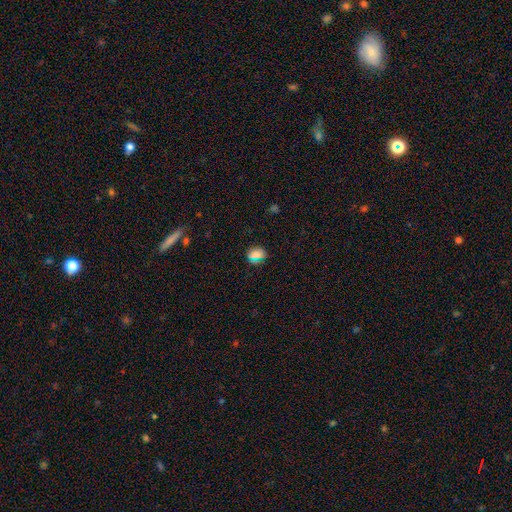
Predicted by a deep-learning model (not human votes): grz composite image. It shows a smooth galaxy with no disk features (72%) that is round (57%). Merging: none (85%).